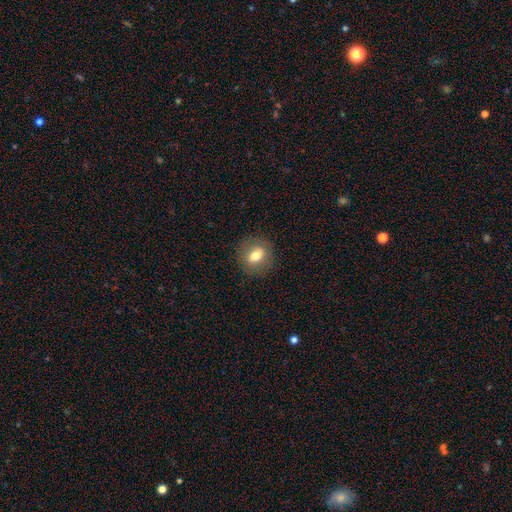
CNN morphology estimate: Smooth or featured: smooth — 70% (featured or disk — 21%)
How rounded: round — 66% (in between — 33%)
Merging: none — 87% (minor disturbance — 9%)